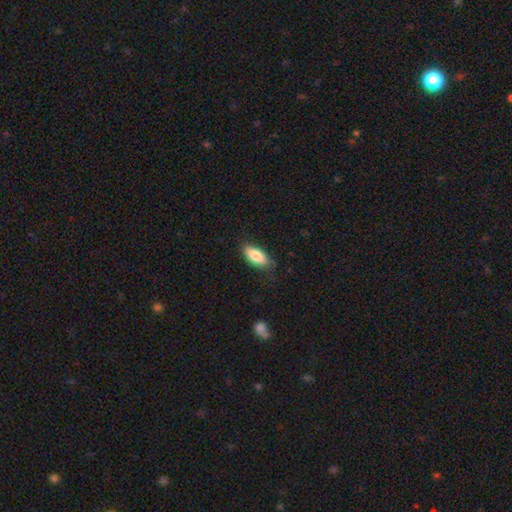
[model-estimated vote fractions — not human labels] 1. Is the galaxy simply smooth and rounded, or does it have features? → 83% smooth, 10% featured or disk, 6% star or artifact.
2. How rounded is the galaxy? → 84% in between, 13% cigar-shaped, 2% round.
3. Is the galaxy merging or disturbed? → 77% none, 18% minor disturbance, 4% major disturbance, 1% merger.